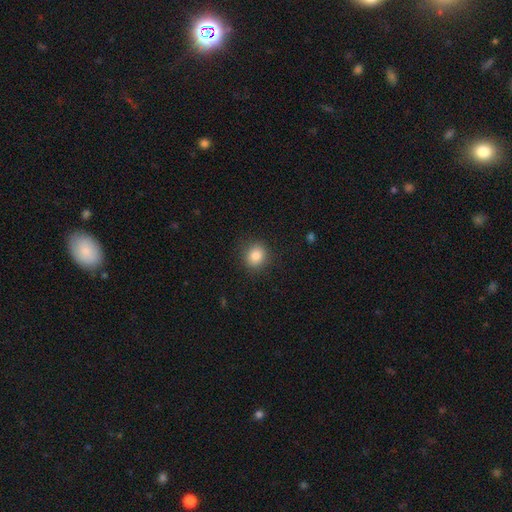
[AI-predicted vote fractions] A smooth galaxy with no disk features (84%) that is round (83%).

Vote fractions:
- Smooth or featured? smooth: 84% / star or artifact: 10% / featured or disk: 6%
- How rounded? round: 83% / in between: 16% / cigar-shaped: 1%
- Merging? none: 89% / minor disturbance: 7% / major disturbance: 3% / merger: 1%